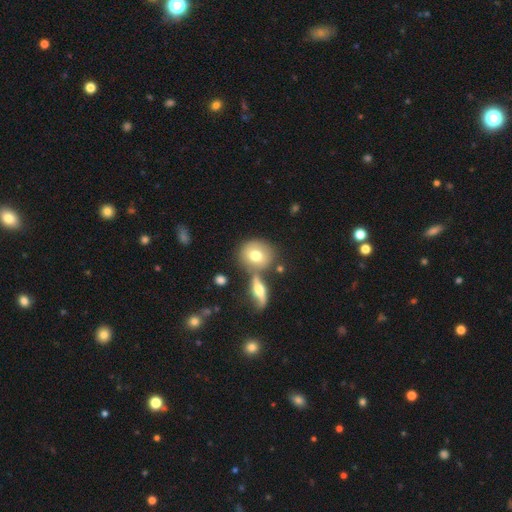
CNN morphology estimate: Overall: smooth (70%). How rounded: round (75%). Merging: none (56%; merger 28%).